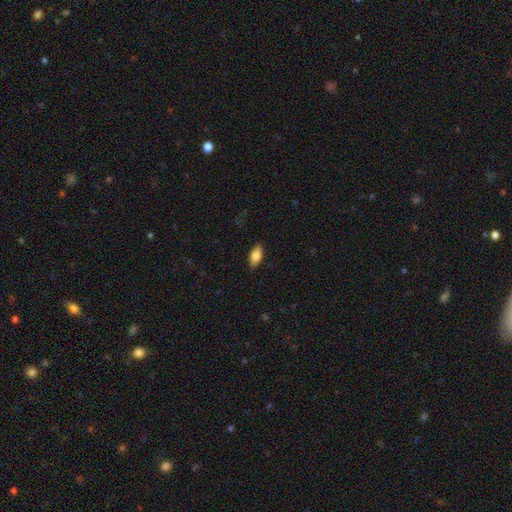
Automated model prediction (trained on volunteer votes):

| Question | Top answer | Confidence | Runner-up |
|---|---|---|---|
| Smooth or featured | smooth | 81% | featured or disk (12%) |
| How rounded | in between | 88% | cigar-shaped (9%) |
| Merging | none | 87% | minor disturbance (9%) |